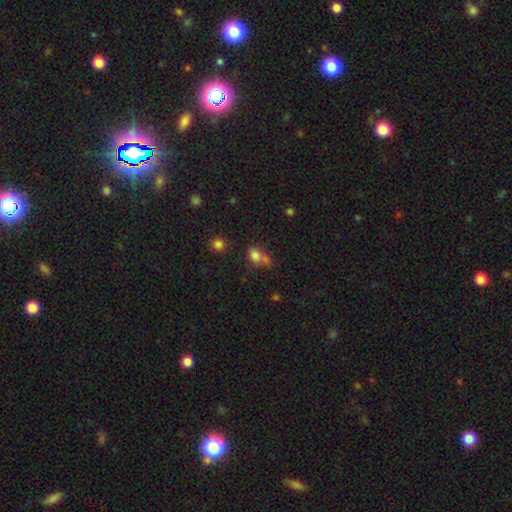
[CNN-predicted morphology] Smooth or featured: smooth — 76% (star or artifact — 14%)
How rounded: in between — 58% (round — 40%)
Merging: none — 38% (merger — 34%)